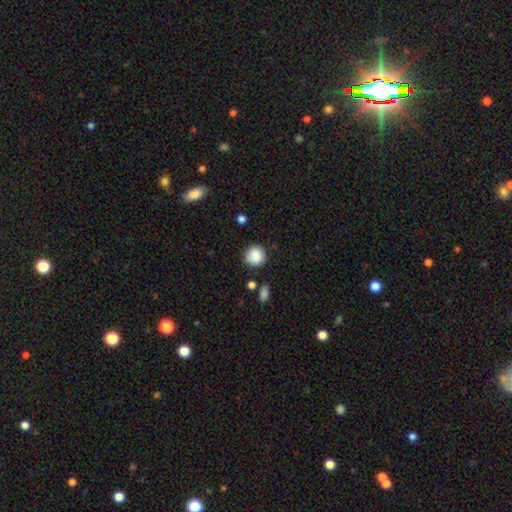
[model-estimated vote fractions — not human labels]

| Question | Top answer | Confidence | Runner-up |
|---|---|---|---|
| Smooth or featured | smooth | 88% | star or artifact (8%) |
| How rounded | round | 91% | in between (8%) |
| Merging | none | 83% | minor disturbance (11%) |